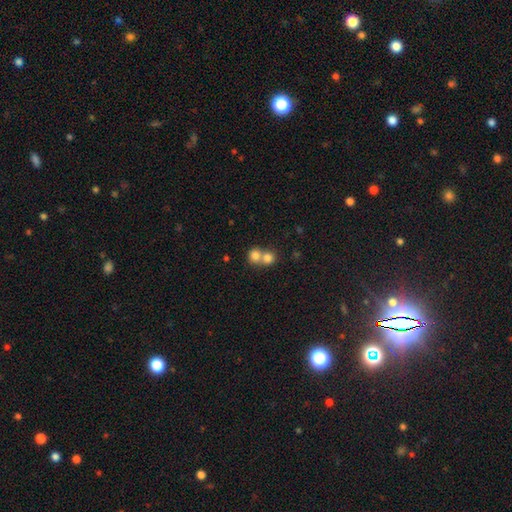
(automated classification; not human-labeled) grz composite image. It shows a smooth galaxy with no disk features (78%) that is round (82%). Merging: merger (61%).